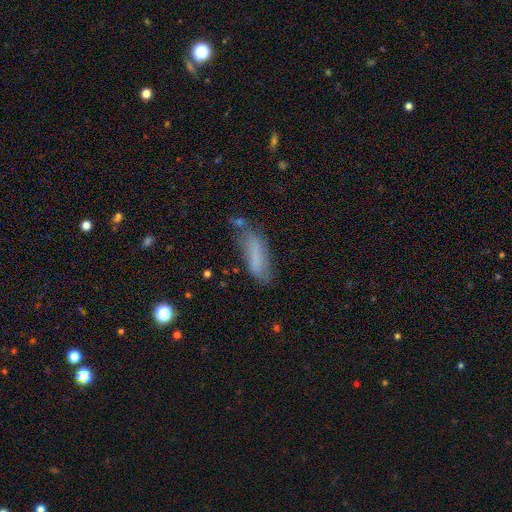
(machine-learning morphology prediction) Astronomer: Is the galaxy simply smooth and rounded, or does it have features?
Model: smooth — 69%.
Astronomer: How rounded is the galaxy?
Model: cigar-shaped — 53% (runner-up: in between, 45%).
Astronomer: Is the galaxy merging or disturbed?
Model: none — 53% (runner-up: minor disturbance, 29%).